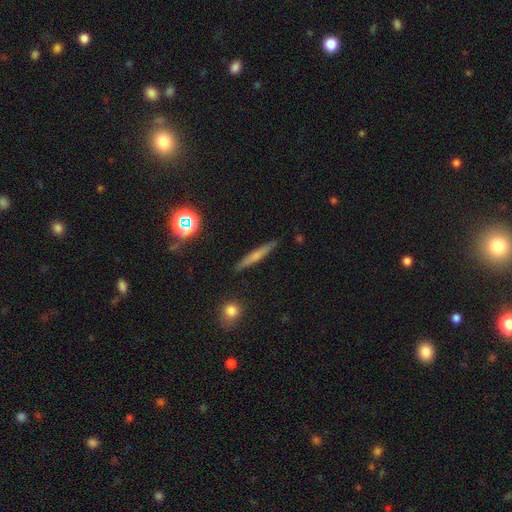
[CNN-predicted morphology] smooth 56%, featured or disk 35%, star or artifact 9%. Down the decision tree: how rounded — cigar-shaped (92%); merging — none (89%).